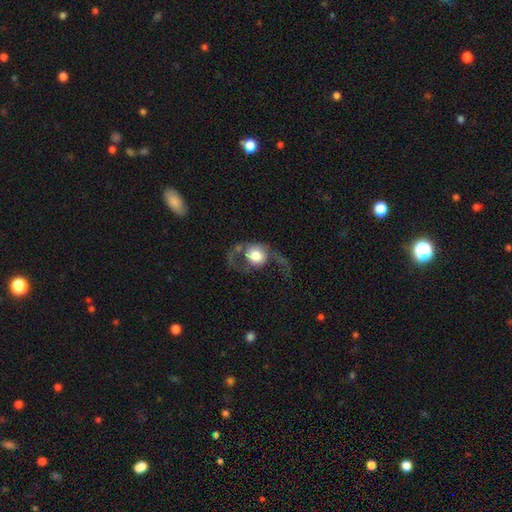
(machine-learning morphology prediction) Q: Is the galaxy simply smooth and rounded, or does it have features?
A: featured or disk — 51%.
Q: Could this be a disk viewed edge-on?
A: no — 93%.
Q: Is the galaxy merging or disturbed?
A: major disturbance — 51%.